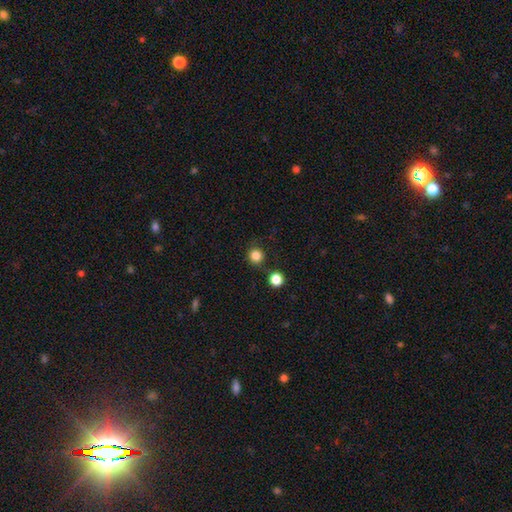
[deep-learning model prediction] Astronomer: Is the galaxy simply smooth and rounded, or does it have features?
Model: smooth — 84%.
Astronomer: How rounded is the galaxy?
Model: round — 93%.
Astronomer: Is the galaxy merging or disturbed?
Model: none — 84%.